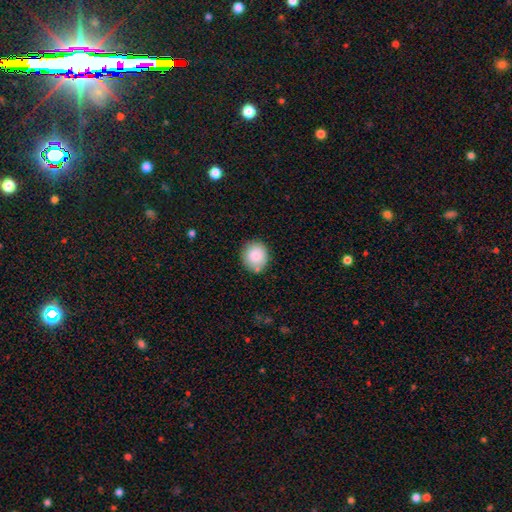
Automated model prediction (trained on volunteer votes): The model was most divided on "how rounded": round: 83%, in between: 16%, cigar-shaped: 1%. More confident: smooth or featured — smooth (87%); merging — none (83%).